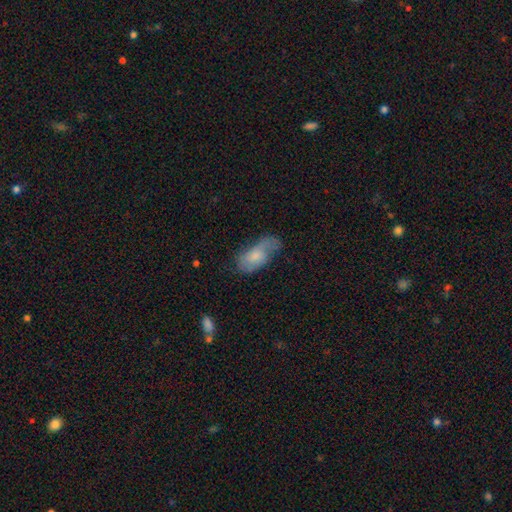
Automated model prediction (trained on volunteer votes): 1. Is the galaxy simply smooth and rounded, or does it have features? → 63% smooth, 30% featured or disk, 7% star or artifact.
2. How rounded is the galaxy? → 89% in between, 8% cigar-shaped, 3% round.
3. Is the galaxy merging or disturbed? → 45% none, 34% minor disturbance, 19% major disturbance, 3% merger.